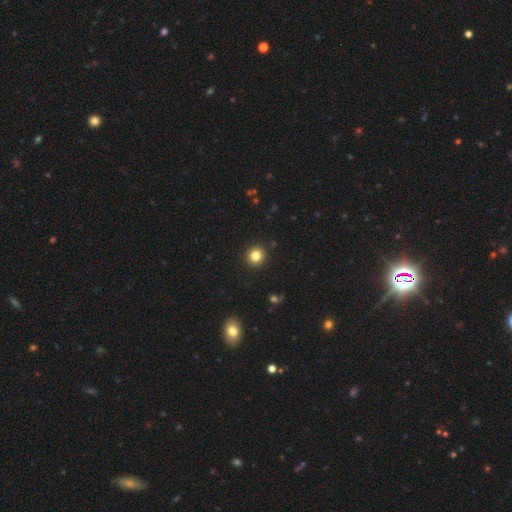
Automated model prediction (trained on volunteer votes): Q: Smooth or featured?
A: smooth (82%); runner-up: star or artifact (12%)
Q: How rounded?
A: round (91%); runner-up: in between (8%)
Q: Merging?
A: none (92%); runner-up: minor disturbance (5%)